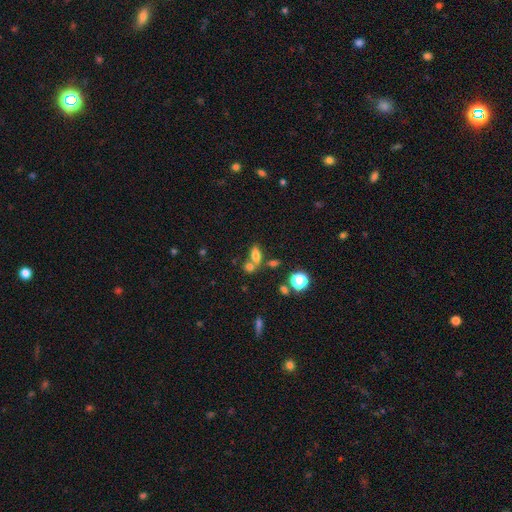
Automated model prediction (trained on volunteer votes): A smooth galaxy with no disk features (72%) that is in between round and cigar-shaped (78%). Merging: none (46%).